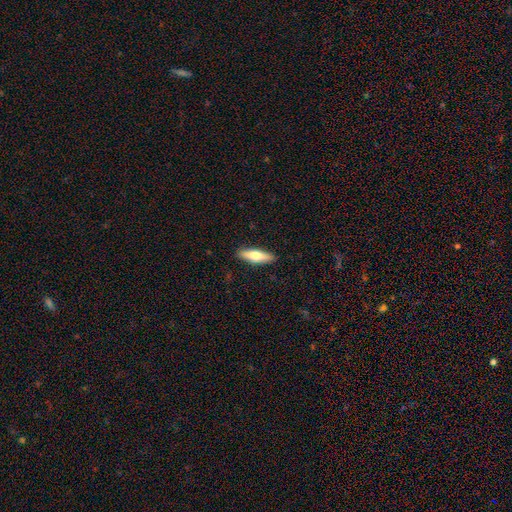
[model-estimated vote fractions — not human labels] Smooth or featured? Predicted: smooth (p=0.60). How rounded? Predicted: cigar-shaped (p=0.60). Merging? Predicted: none (p=0.90).